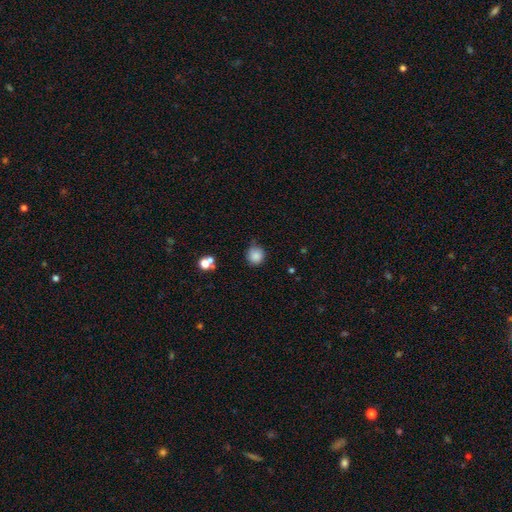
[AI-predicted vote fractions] A smooth galaxy with no disk features (85%) that is round (90%).

Vote fractions:
- Smooth or featured? smooth: 85% / star or artifact: 10% / featured or disk: 5%
- How rounded? round: 90% / in between: 9% / cigar-shaped: 1%
- Merging? none: 70% / minor disturbance: 22% / major disturbance: 4% / merger: 3%